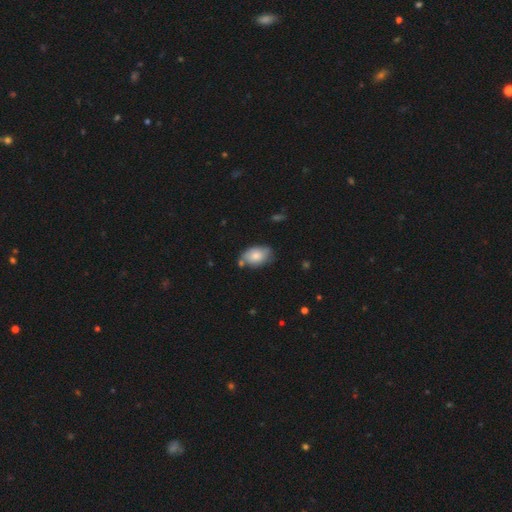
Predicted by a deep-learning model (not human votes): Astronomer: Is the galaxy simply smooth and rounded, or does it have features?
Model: smooth — 76%.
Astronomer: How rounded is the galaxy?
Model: in between — 88%.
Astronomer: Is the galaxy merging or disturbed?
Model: none — 61%.